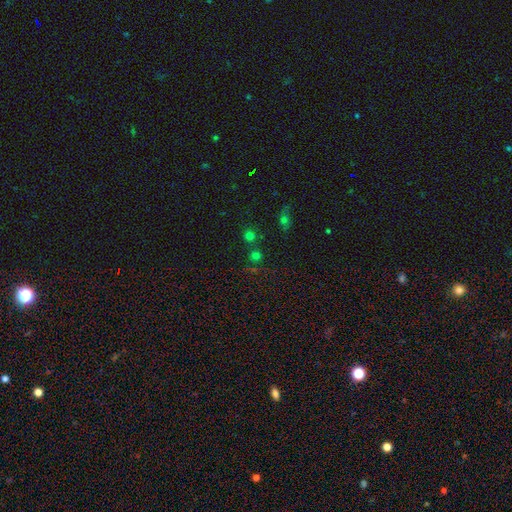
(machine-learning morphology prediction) smooth 62%, star or artifact 32%, featured or disk 7%. Down the decision tree: how rounded — round (90%); merging — none (71%).